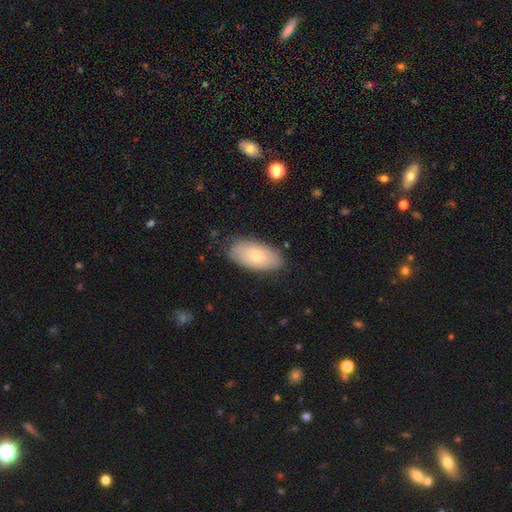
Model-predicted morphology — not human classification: smooth_or_featured: smooth (p=0.68) [alt: featured or disk p=0.26]
how_rounded: in between (p=0.93) [alt: round p=0.03]
merging: none (p=0.81) [alt: minor disturbance p=0.14]